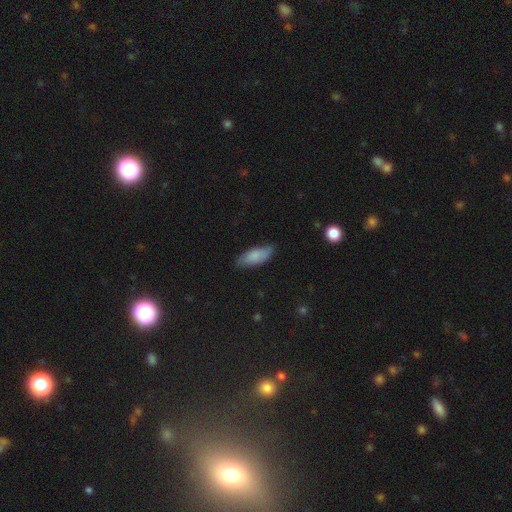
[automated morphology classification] type=smooth (81%); roundness=in between (78%); merging=none (73%).